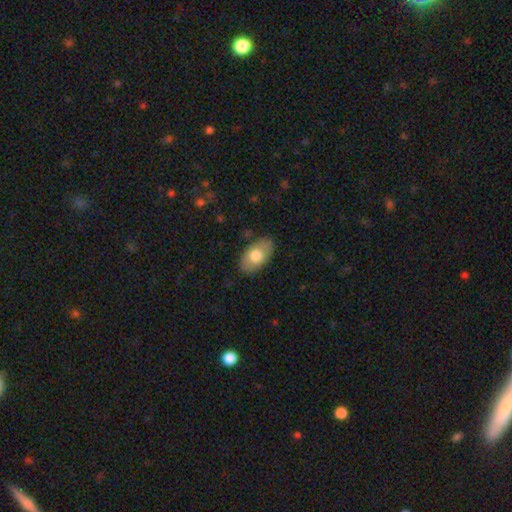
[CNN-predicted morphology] This appears to be a smooth galaxy with no disk features (72%) that is in between round and cigar-shaped (94%). Merging: none (83%).